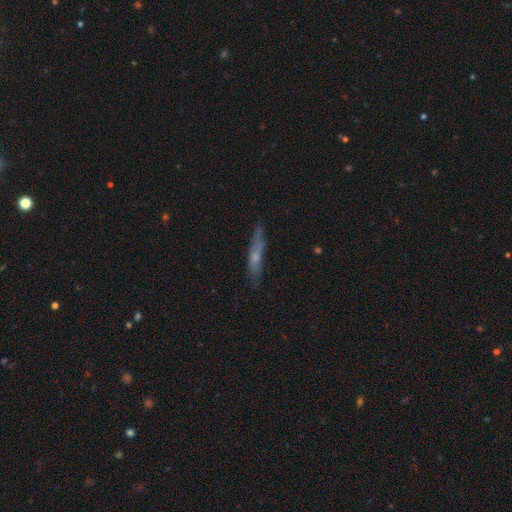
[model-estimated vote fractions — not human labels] This is possibly a featured or disk galaxy (46%). Merging: likely none (75%).